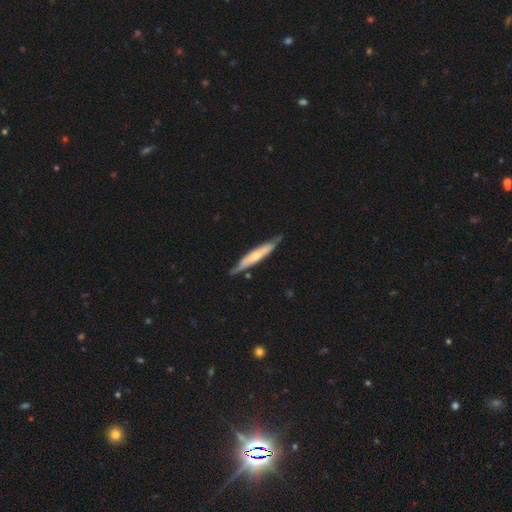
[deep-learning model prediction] A featured or disk galaxy (55%) viewed edge-on (82%). Merging: none (74%).